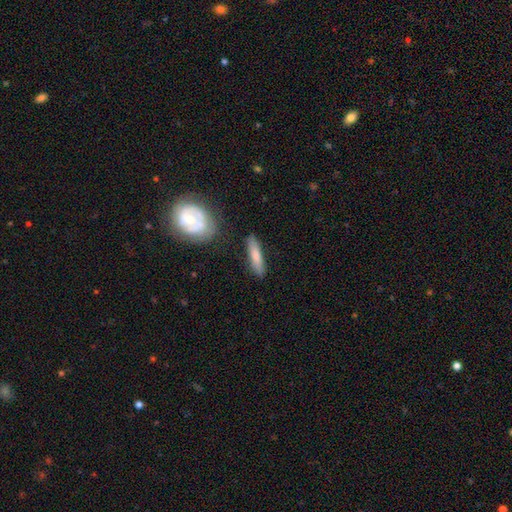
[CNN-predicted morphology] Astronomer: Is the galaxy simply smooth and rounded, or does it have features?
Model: smooth — 75%.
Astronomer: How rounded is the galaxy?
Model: cigar-shaped — 79%.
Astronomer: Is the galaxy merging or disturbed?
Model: none — 82%.